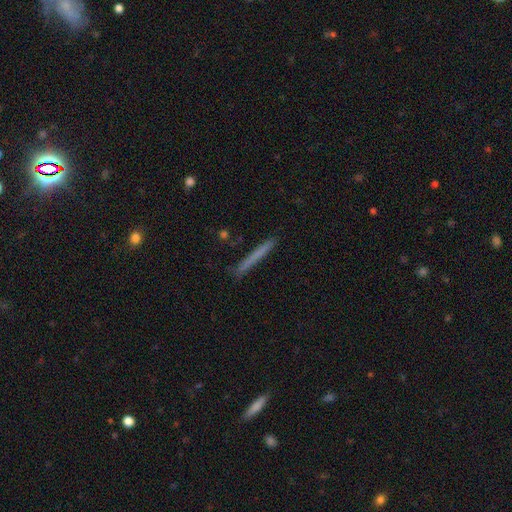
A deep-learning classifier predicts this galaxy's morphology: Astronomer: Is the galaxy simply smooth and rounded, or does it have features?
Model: smooth — 64%.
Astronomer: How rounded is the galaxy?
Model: cigar-shaped — 97%.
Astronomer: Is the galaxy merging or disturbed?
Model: none — 90%.